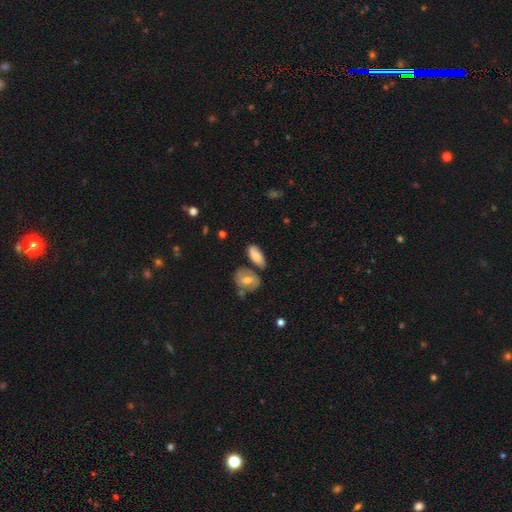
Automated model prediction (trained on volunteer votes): Smooth or featured? Predicted: smooth (p=0.71). How rounded? Predicted: in between (p=0.83). Merging? Predicted: none (p=0.57).